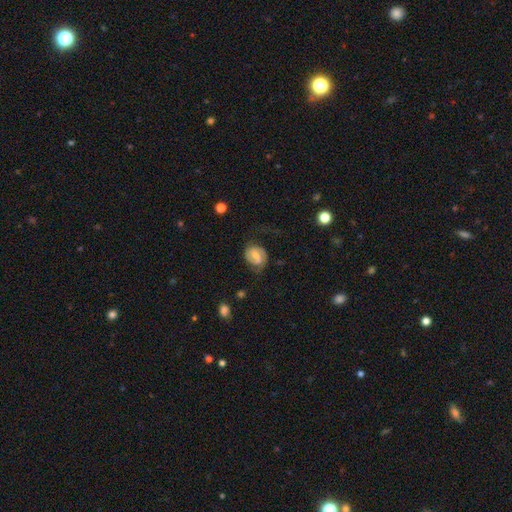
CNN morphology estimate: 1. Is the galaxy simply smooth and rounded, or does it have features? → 57% featured or disk, 35% smooth, 8% star or artifact.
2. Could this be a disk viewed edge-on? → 96% no, 4% yes.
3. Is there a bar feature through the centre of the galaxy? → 48% weak, 26% strong, 26% no.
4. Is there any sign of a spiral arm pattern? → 81% yes, 19% no.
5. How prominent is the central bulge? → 45% moderate, 40% small, 8% none, 5% large, 1% dominant.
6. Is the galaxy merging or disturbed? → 56% none, 23% minor disturbance, 20% major disturbance, 2% merger.